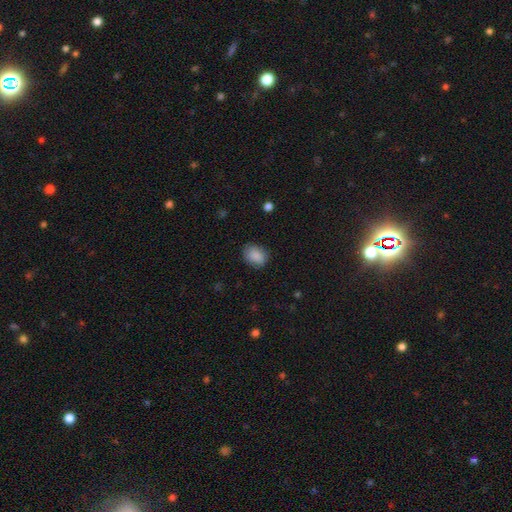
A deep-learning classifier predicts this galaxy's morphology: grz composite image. It shows a smooth galaxy with no disk features (88%) that is in between round and cigar-shaped (60%). Merging: none (78%).